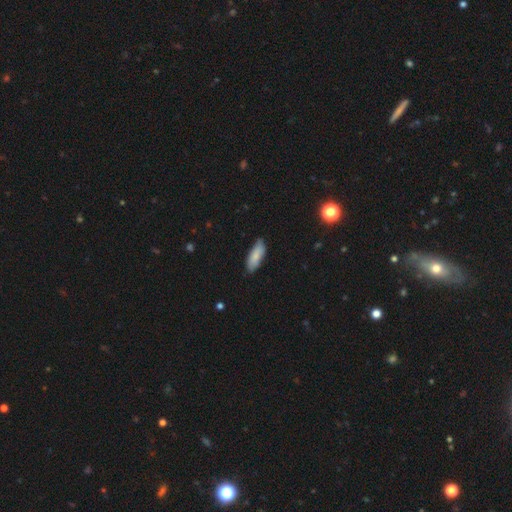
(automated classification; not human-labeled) The model was most divided on "how rounded": in between: 69%, cigar-shaped: 29%, round: 2%. More confident: smooth or featured — smooth (84%); merging — none (78%).